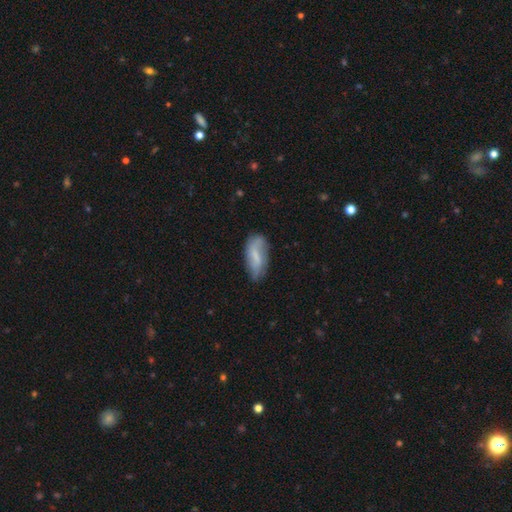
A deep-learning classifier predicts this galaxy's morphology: Smooth or featured? Predicted: smooth (p=0.56). How rounded? Predicted: in between (p=0.85). Merging? Predicted: none (p=0.61).